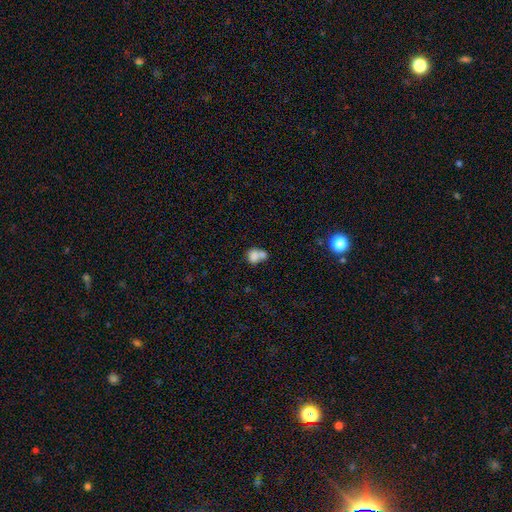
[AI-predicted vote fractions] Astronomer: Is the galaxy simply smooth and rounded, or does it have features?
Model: smooth — 78%.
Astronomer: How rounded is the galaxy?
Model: round — 64%.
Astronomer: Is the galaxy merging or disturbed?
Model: merger — 60%.